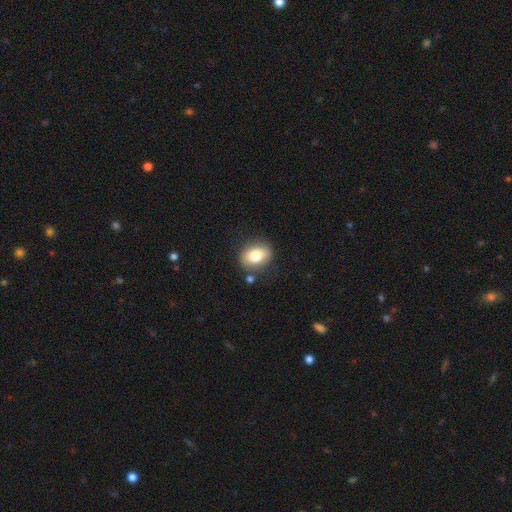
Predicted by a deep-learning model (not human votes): Smooth or featured? smooth (77%)
How rounded? in between (62%)
Merging? none (80%)